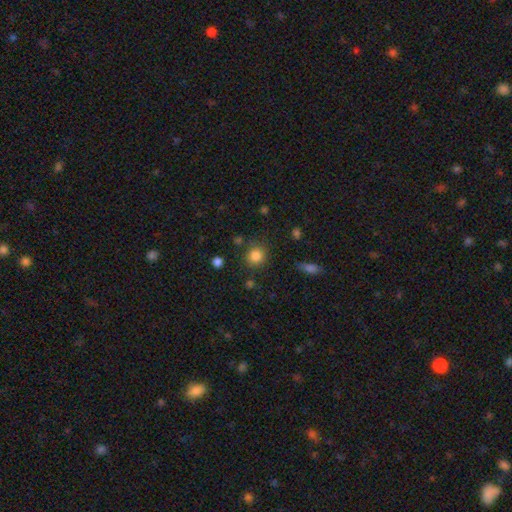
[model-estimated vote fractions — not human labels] Smooth or featured: smooth — 84% (star or artifact — 11%)
How rounded: round — 87% (in between — 12%)
Merging: none — 82% (minor disturbance — 10%)